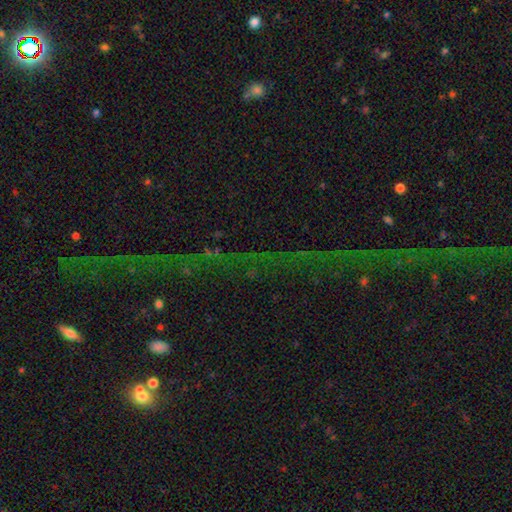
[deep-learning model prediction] Q: Smooth or featured?
A: star or artifact (75%); runner-up: featured or disk (13%)